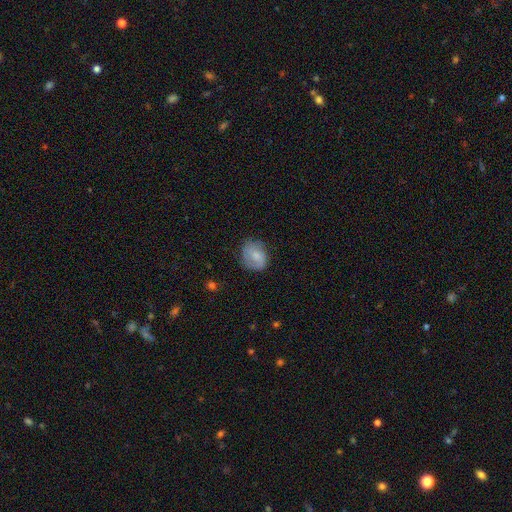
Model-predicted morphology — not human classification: smooth_or_featured: smooth (p=0.65) [alt: featured or disk p=0.28]
how_rounded: round (p=0.52) [alt: in between p=0.47]
merging: none (p=0.63) [alt: minor disturbance p=0.27]